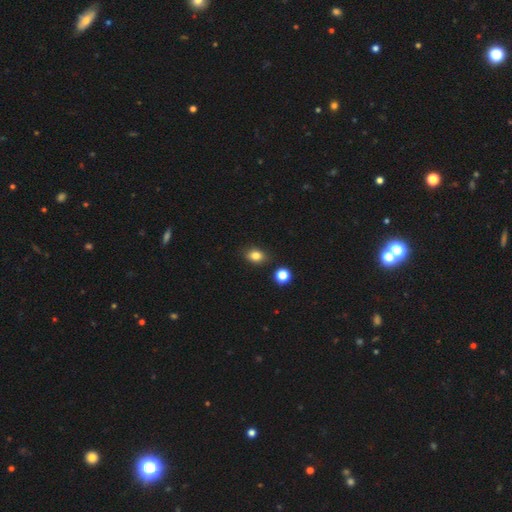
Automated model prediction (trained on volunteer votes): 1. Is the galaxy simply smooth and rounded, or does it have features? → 82% smooth, 12% star or artifact, 6% featured or disk.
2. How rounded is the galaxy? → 61% in between, 38% round, 1% cigar-shaped.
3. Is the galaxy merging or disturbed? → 83% none, 11% minor disturbance, 3% merger, 3% major disturbance.